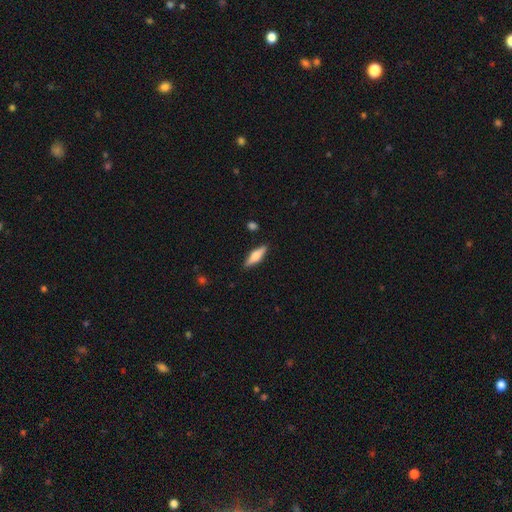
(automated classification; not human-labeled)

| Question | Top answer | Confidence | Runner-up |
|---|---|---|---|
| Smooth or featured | smooth | 58% | featured or disk (36%) |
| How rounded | cigar-shaped | 55% | in between (43%) |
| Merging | none | 87% | minor disturbance (9%) |